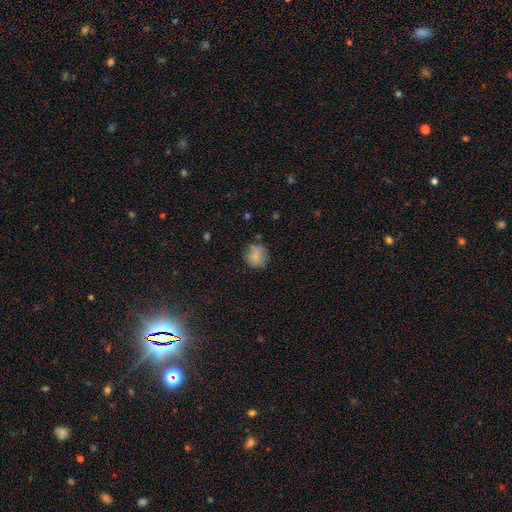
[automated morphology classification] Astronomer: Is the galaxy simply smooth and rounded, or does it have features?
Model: smooth — 80%.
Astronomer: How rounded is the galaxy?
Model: round — 86%.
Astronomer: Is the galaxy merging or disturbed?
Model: none — 71%.